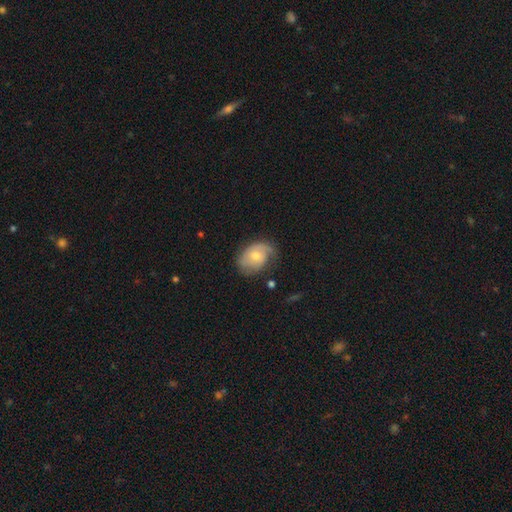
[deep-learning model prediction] Overall: featured or disk (52%; smooth 41%). Edge-on disk: no (96%). Merging: none (55%; minor disturbance 29%).